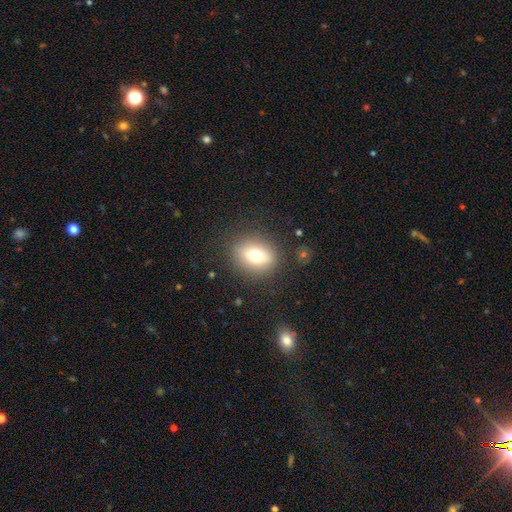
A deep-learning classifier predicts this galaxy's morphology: Q: Smooth or featured?
A: smooth (73%); runner-up: featured or disk (15%)
Q: How rounded?
A: round (53%); runner-up: in between (46%)
Q: Merging?
A: none (84%); runner-up: minor disturbance (10%)